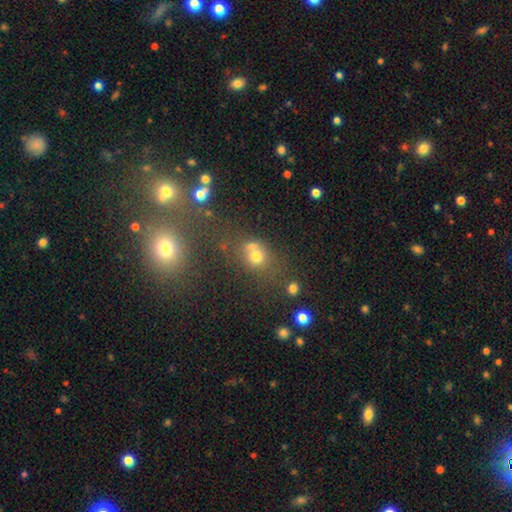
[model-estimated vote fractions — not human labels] smooth_or_featured: smooth (p=0.65) [alt: star or artifact p=0.23]
how_rounded: round (p=0.75) [alt: in between p=0.24]
merging: none (p=0.53) [alt: merger p=0.30]